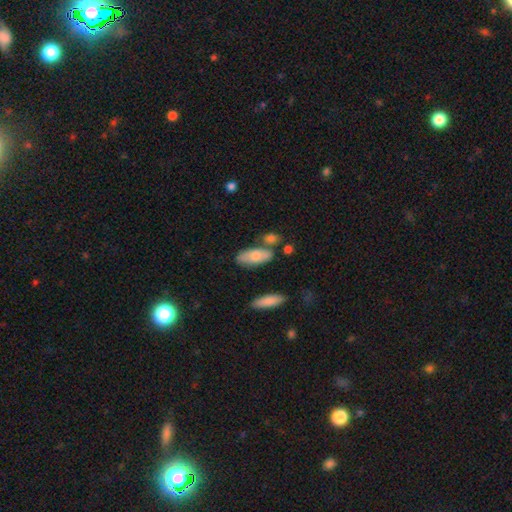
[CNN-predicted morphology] This is likely a smooth galaxy (73%). How rounded: likely in between (79%). Merging: likely none (63%).